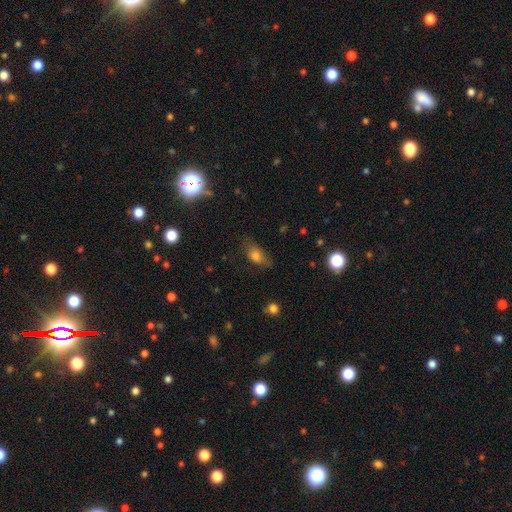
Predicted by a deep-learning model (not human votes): Overall: smooth (72%). How rounded: in between (81%). Merging: none (61%; minor disturbance 27%).